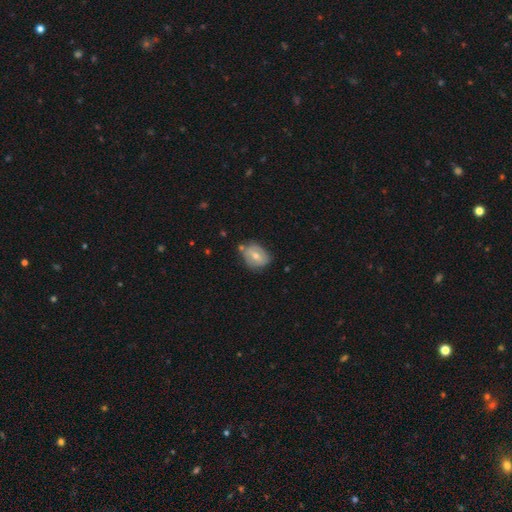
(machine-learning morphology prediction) This is possibly a smooth galaxy (54%). How rounded: possibly in between (57%). Merging: likely none (60%).